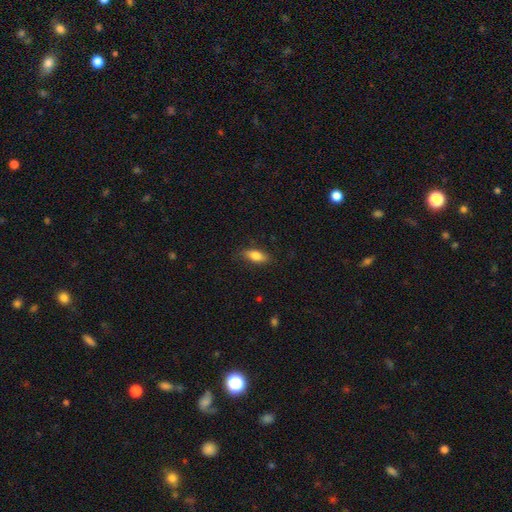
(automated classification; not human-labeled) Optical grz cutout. It shows a smooth galaxy with no disk features (80%) that is in between round and cigar-shaped (80%). Merging: none (78%).